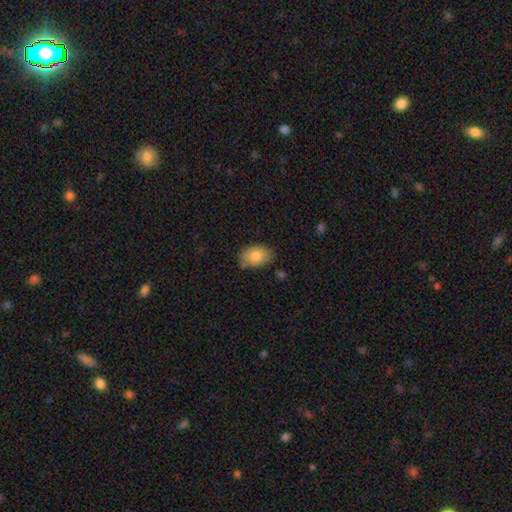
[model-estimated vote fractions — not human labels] smooth_or_featured: smooth (p=0.80) [alt: featured or disk p=0.12]
how_rounded: in between (p=0.87) [alt: round p=0.12]
merging: none (p=0.76) [alt: minor disturbance p=0.19]